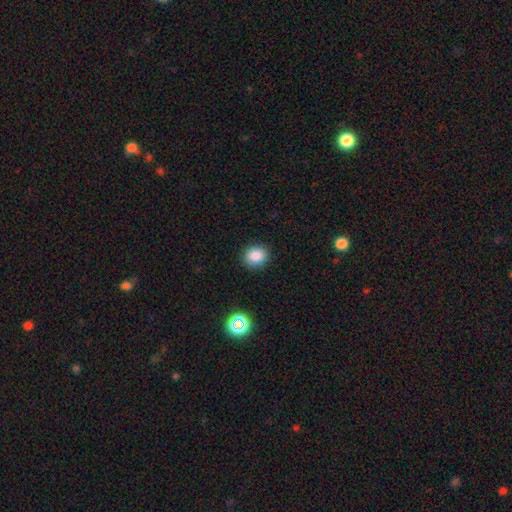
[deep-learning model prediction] A smooth galaxy with no disk features (84%) that is round (74%).

Vote fractions:
- Smooth or featured? smooth: 84% / star or artifact: 11% / featured or disk: 5%
- How rounded? round: 74% / in between: 25% / cigar-shaped: 1%
- Merging? none: 90% / minor disturbance: 7% / major disturbance: 2% / merger: 1%